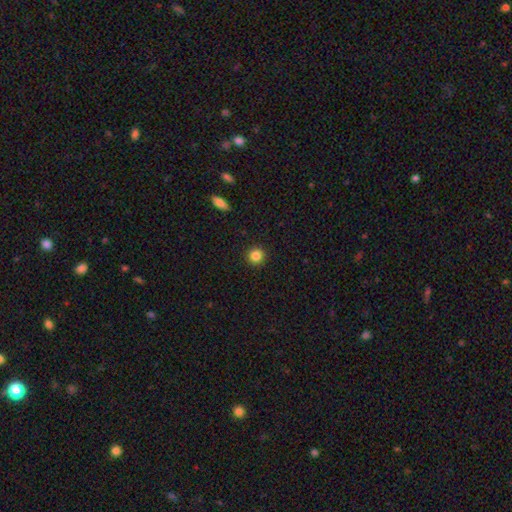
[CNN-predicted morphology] Smooth or featured?
  - smooth: 85% *
  - star or artifact: 11%
  - featured or disk: 4%
How rounded?
  - round: 94% *
  - in between: 5%
  - cigar-shaped: 1%
Merging?
  - none: 93% *
  - minor disturbance: 5%
  - major disturbance: 2%
  - merger: 1%